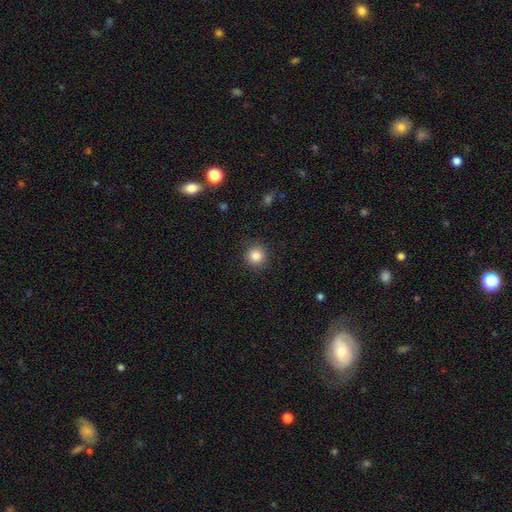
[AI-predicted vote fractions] Overall: smooth (85%). How rounded: round (93%). Merging: none (90%).